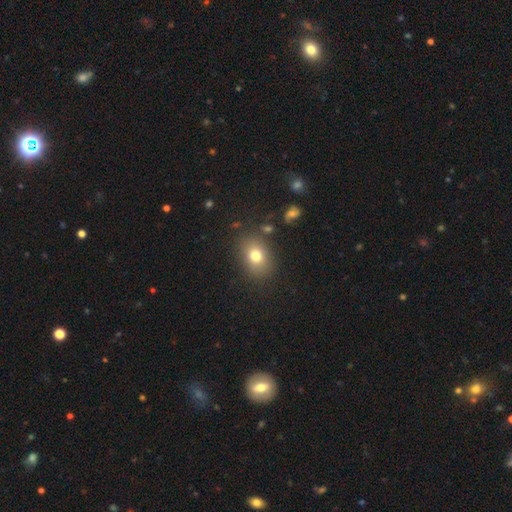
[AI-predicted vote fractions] Smooth or featured?
  - smooth: 76% *
  - star or artifact: 12%
  - featured or disk: 12%
How rounded?
  - in between: 63% *
  - round: 35%
  - cigar-shaped: 1%
Merging?
  - none: 82% *
  - minor disturbance: 11%
  - major disturbance: 4%
  - merger: 3%